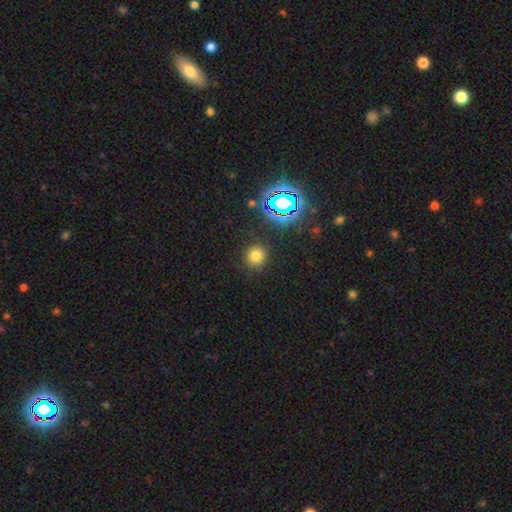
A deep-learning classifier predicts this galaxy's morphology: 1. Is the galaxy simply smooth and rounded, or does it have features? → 72% smooth, 21% star or artifact, 7% featured or disk.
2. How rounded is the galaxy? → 92% round, 7% in between, 1% cigar-shaped.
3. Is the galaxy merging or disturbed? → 88% none, 7% minor disturbance, 3% major disturbance, 2% merger.